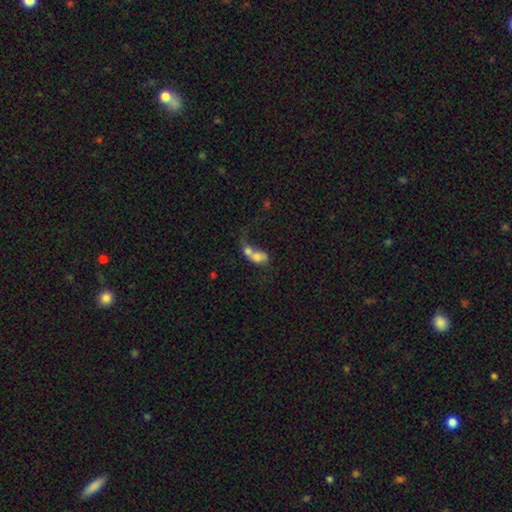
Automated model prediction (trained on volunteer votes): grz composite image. It shows a smooth galaxy with no disk features (57%) that is in between round and cigar-shaped (68%). Merging: merger (73%).